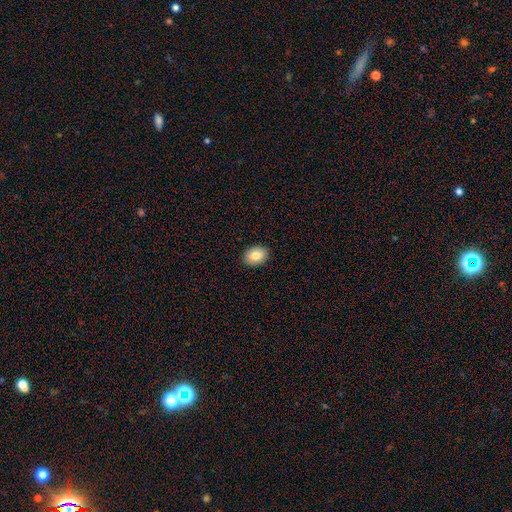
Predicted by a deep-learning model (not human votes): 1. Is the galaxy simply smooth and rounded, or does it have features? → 82% smooth, 10% featured or disk, 8% star or artifact.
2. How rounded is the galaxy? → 69% in between, 30% round, 1% cigar-shaped.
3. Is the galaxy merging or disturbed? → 90% none, 7% minor disturbance, 2% major disturbance, 1% merger.